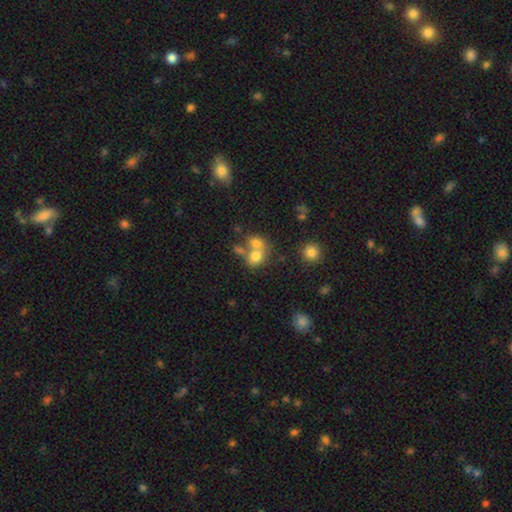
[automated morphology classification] A smooth galaxy with no disk features (70%) that is round (51%).

Vote fractions:
- Smooth or featured? smooth: 70% / featured or disk: 17% / star or artifact: 13%
- How rounded? round: 51% / in between: 48% / cigar-shaped: 1%
- Merging? merger: 54% / none: 32% / minor disturbance: 9% / major disturbance: 5%